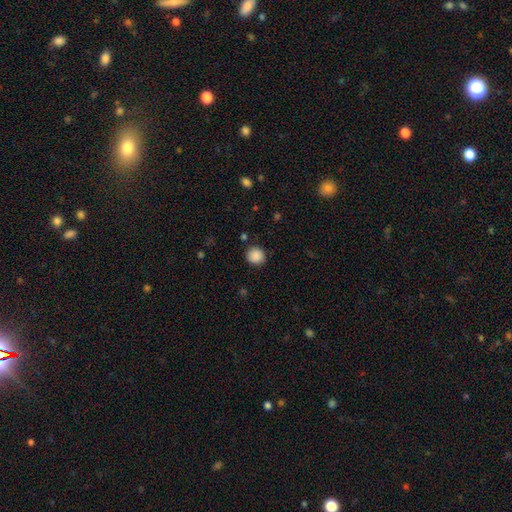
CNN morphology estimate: smooth-or-featured: smooth: 88% | star or artifact: 9% | featured or disk: 3%
  how-rounded: round: 91% | in between: 8% | cigar-shaped: 1%
  merging: none: 88% | minor disturbance: 8% | major disturbance: 2% | merger: 2%